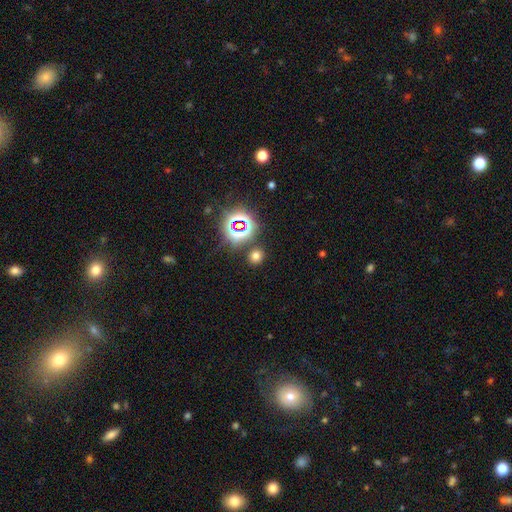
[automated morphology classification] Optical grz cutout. It shows a smooth galaxy with no disk features (66%) that is round (75%). Merging: none (85%).